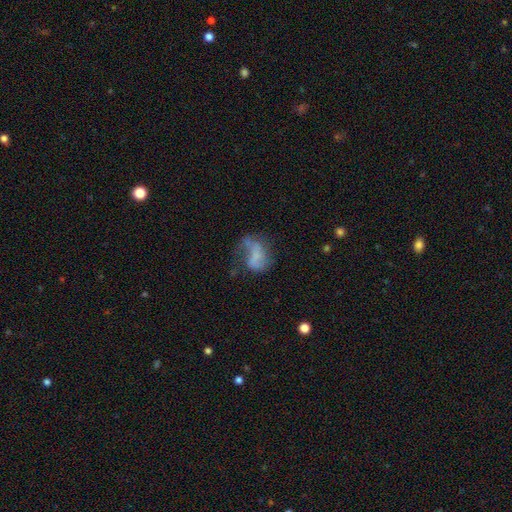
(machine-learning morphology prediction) type=featured or disk (48%); merging=major disturbance (40%).